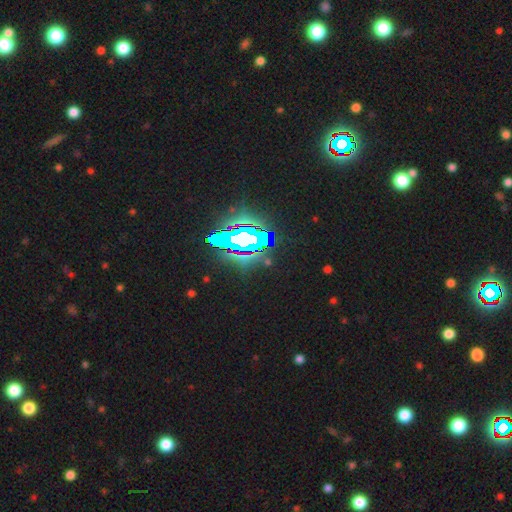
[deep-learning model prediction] A star or artifact, not a galaxy (82%).